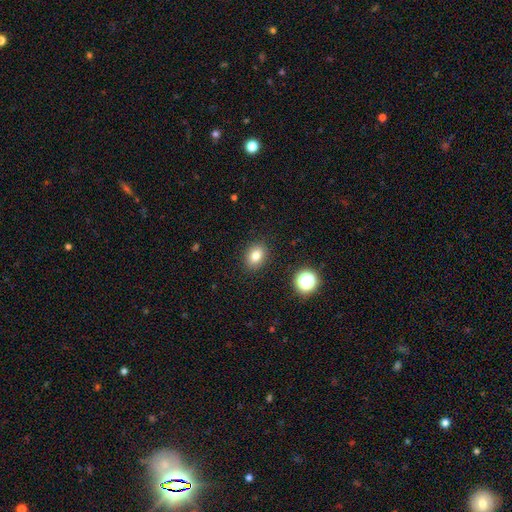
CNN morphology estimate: smooth-or-featured: smooth: 79% | star or artifact: 12% | featured or disk: 9%
  how-rounded: in between: 62% | round: 37% | cigar-shaped: 1%
  merging: none: 88% | minor disturbance: 8% | major disturbance: 2% | merger: 1%